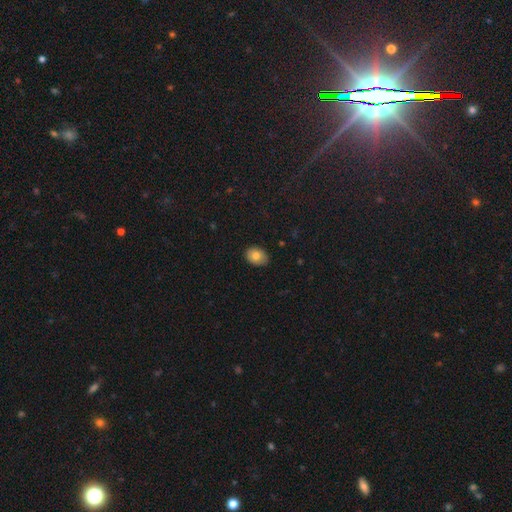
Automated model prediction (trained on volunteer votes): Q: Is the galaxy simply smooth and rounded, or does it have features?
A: smooth — 80%.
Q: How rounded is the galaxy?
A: in between — 70%.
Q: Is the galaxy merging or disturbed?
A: none — 84%.